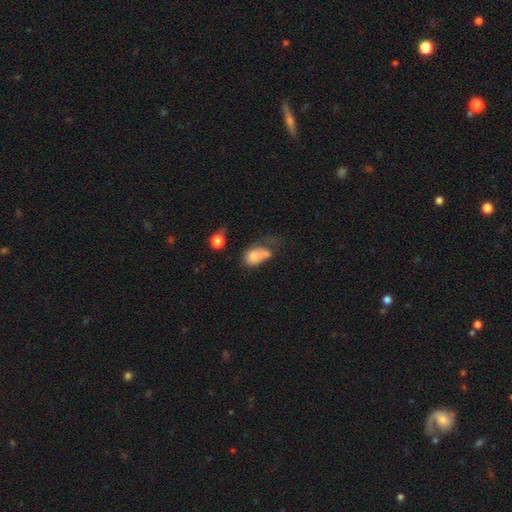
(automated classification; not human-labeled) Overall: smooth (67%). How rounded: in between (70%). Merging: merger (40%; major disturbance 21%).